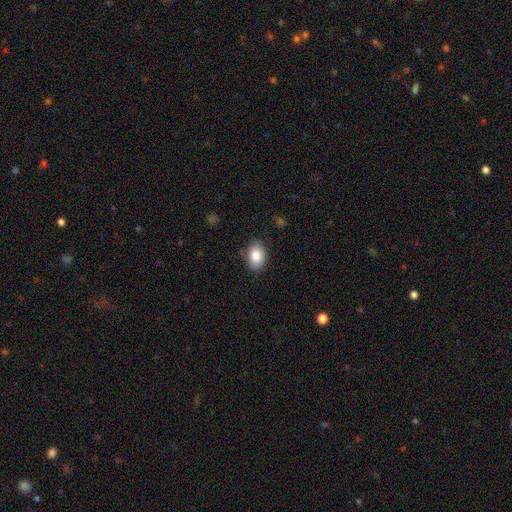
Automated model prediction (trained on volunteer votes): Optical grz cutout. It shows a smooth galaxy with no disk features (86%) that is in between round and cigar-shaped (84%). Merging: none (83%).